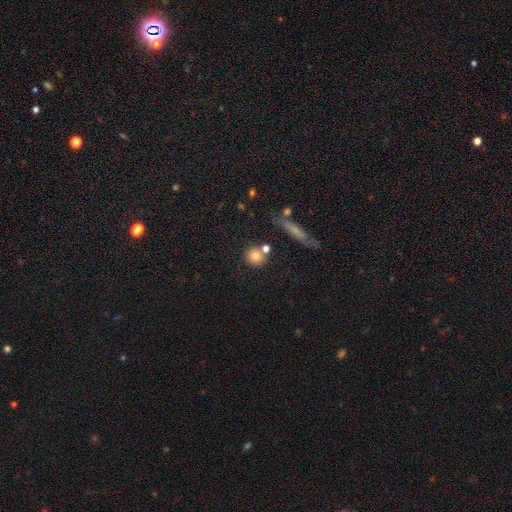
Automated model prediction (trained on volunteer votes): The model was most divided on "merging": none: 67%, merger: 18%, minor disturbance: 11%, major disturbance: 4%. More confident: how rounded — round (86%); smooth or featured — smooth (78%).